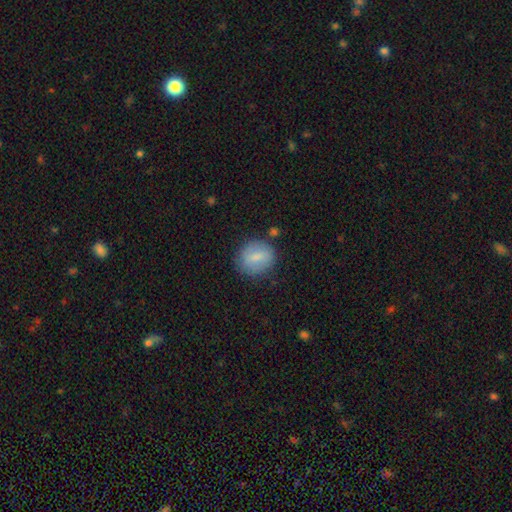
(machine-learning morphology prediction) A smooth galaxy with no disk features (76%) that is round (70%). Merging: none (78%).